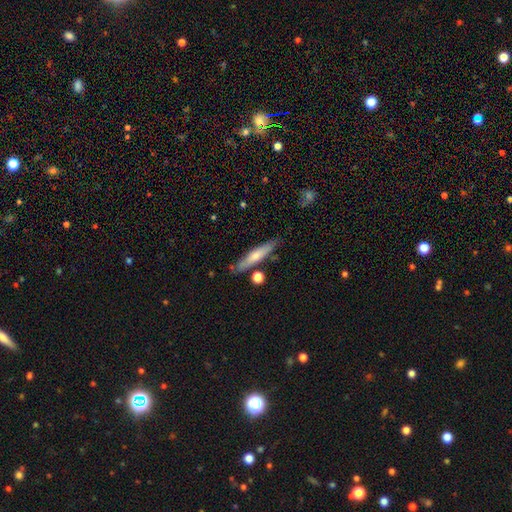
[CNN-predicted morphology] smooth_or_featured: smooth (p=0.58) [alt: featured or disk p=0.36]
how_rounded: cigar-shaped (p=0.85) [alt: in between p=0.13]
merging: none (p=0.77) [alt: minor disturbance p=0.14]